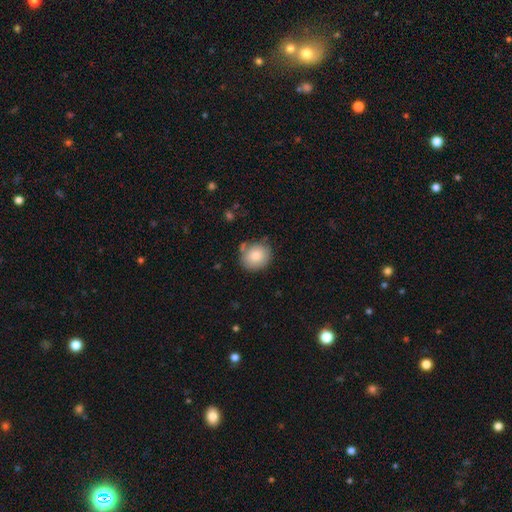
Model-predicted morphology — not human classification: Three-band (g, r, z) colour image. It shows a smooth galaxy with no disk features (83%) that is round (79%). Merging: none (76%).